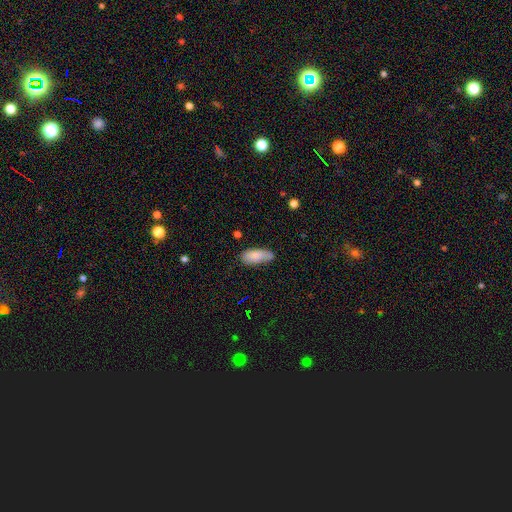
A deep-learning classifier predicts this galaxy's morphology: Q: Smooth or featured?
A: smooth (84%); runner-up: featured or disk (9%)
Q: How rounded?
A: in between (81%); runner-up: cigar-shaped (17%)
Q: Merging?
A: none (65%); runner-up: minor disturbance (26%)